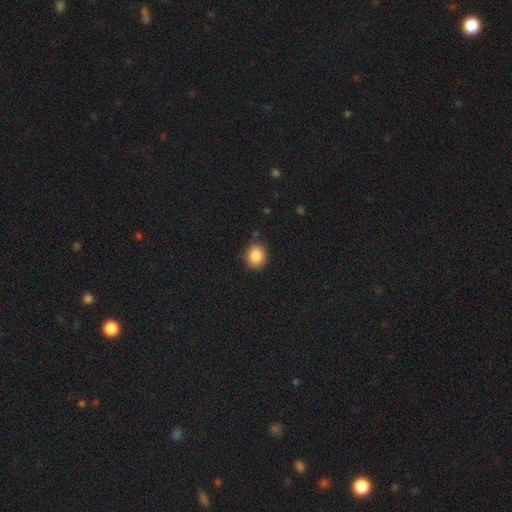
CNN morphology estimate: smooth 86%, star or artifact 9%, featured or disk 5%. Down the decision tree: how rounded — round (74%); merging — none (88%).